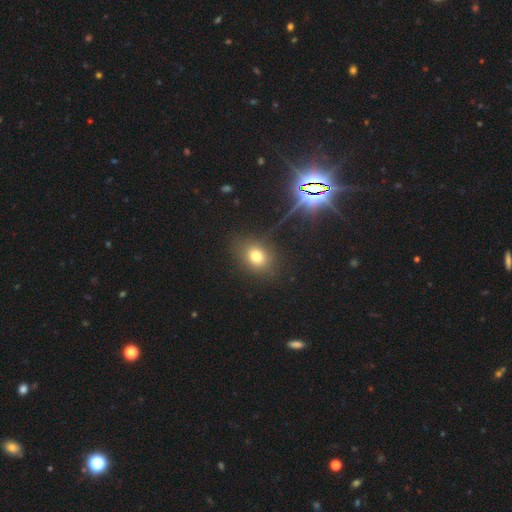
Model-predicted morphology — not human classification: Smooth or featured: smooth — 73% (star or artifact — 18%)
How rounded: round — 50% (in between — 49%)
Merging: none — 82% (minor disturbance — 11%)